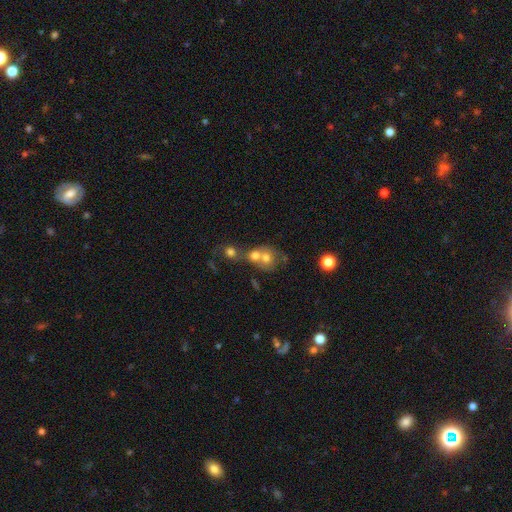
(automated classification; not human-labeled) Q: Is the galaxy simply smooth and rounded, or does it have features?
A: smooth — 67%.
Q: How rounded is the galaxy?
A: round — 74%.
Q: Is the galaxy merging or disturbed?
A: merger — 61%.